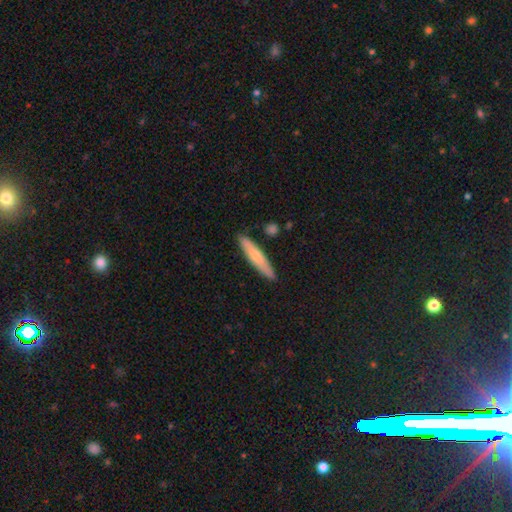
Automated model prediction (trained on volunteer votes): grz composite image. It shows a smooth galaxy with no disk features (65%) that is cigar-shaped (89%). Merging: none (87%).